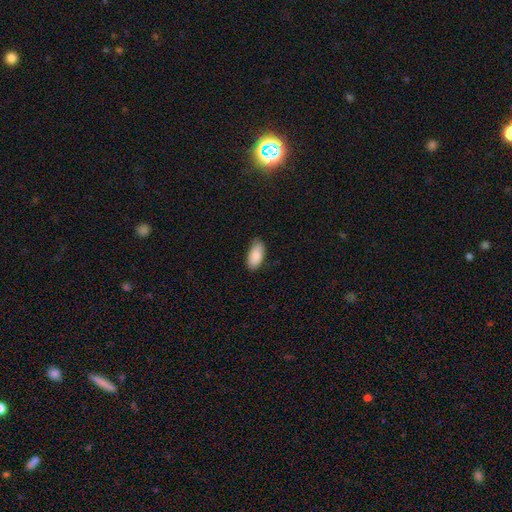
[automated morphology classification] Smooth or featured? smooth (89%)
How rounded? in between (92%)
Merging? none (80%)